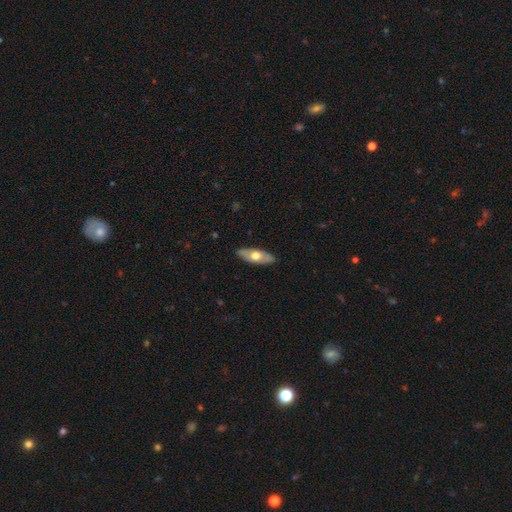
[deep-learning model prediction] Q: Smooth or featured?
A: smooth (54%); runner-up: featured or disk (41%)
Q: How rounded?
A: in between (72%); runner-up: cigar-shaped (25%)
Q: Merging?
A: none (87%); runner-up: minor disturbance (10%)